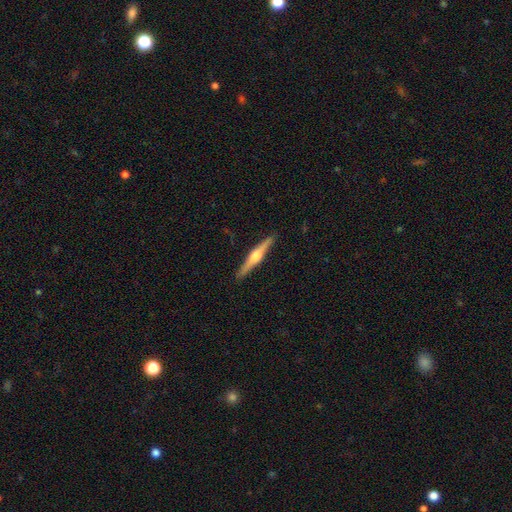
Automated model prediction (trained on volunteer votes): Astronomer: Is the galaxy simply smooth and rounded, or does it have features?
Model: featured or disk — 77%.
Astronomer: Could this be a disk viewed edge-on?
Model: yes — 98%.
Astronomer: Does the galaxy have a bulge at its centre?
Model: rounded — 88%.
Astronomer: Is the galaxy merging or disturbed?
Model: none — 91%.